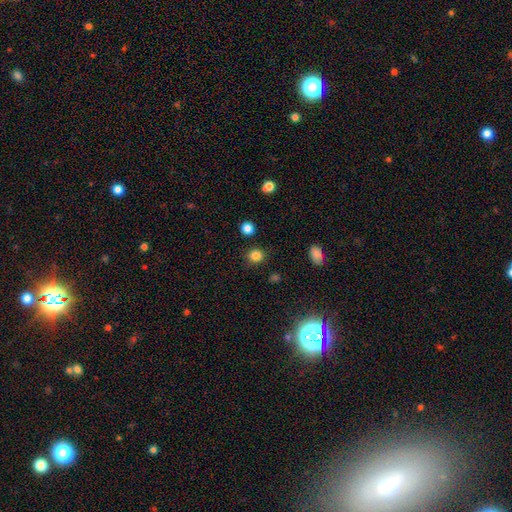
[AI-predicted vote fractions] Smooth or featured?
  - smooth: 83% *
  - star or artifact: 13%
  - featured or disk: 4%
How rounded?
  - round: 84% *
  - in between: 15%
  - cigar-shaped: 1%
Merging?
  - none: 88% *
  - minor disturbance: 7%
  - major disturbance: 3%
  - merger: 2%